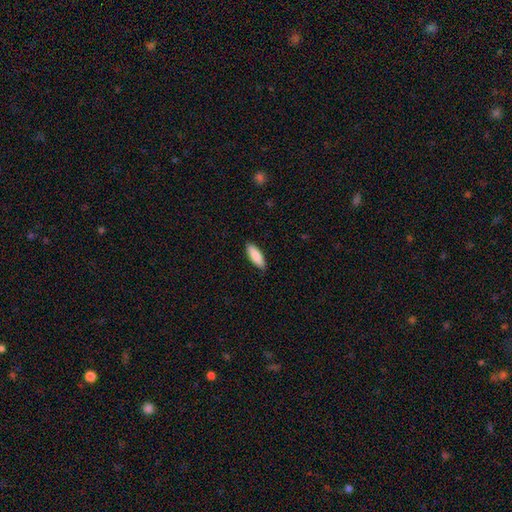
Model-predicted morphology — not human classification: The model was most divided on "how rounded": in between: 60%, cigar-shaped: 38%, round: 2%. More confident: smooth or featured — smooth (88%); merging — none (87%).